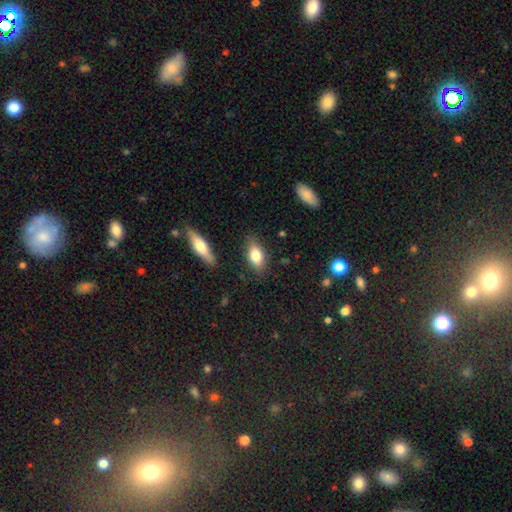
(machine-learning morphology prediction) smooth 76%, featured or disk 17%, star or artifact 7%. Down the decision tree: how rounded — in between (84%); merging — none (81%).